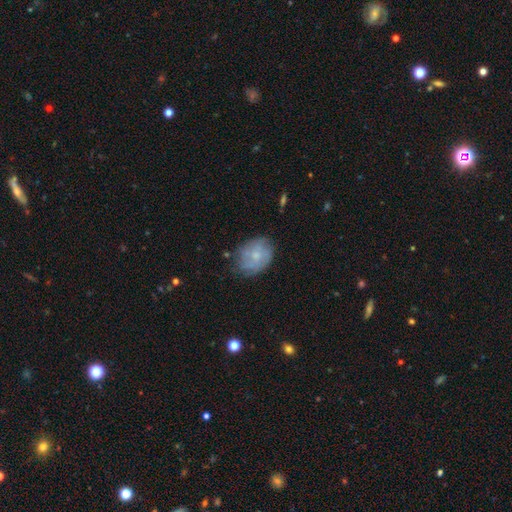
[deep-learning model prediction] Smooth or featured? Predicted: smooth (p=0.50). Merging? Predicted: none (p=0.66).